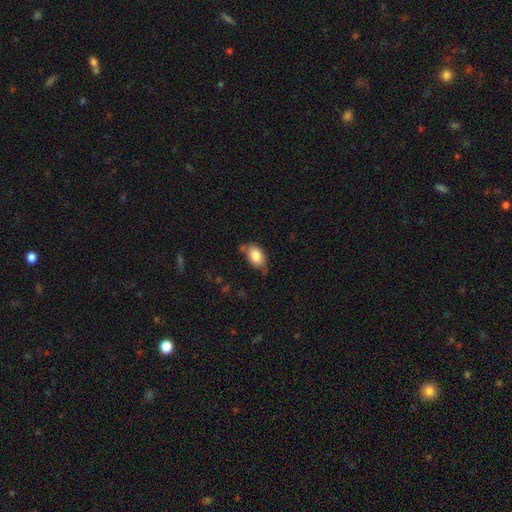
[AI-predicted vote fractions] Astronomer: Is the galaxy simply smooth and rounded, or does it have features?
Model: smooth — 83%.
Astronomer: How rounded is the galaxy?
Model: in between — 89%.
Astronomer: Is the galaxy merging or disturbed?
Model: none — 60%.